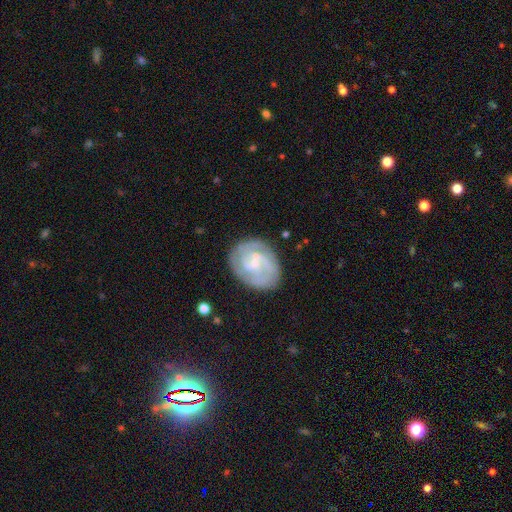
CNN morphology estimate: Overall: featured or disk (76%). Edge-on disk: no (98%). Bar: weak (45%, tied with no). Spiral arms: yes (89%). Spiral arm count: 2 (41%; can't tell 27%). Spiral winding: tight (51%; medium 37%). Bulge size: small (63%). Merging: none (75%).